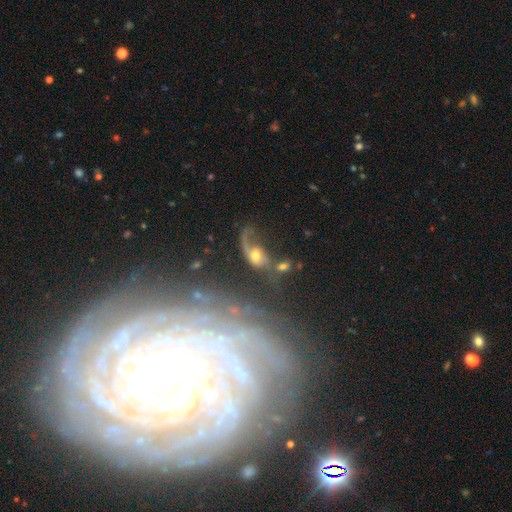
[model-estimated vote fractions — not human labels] Overall: featured or disk (56%; smooth 33%). Edge-on disk: no (94%). Bar: no (68%). Spiral arms: yes (76%). Bulge size: moderate (57%; small 19%). Merging: major disturbance (39%; merger 26%).